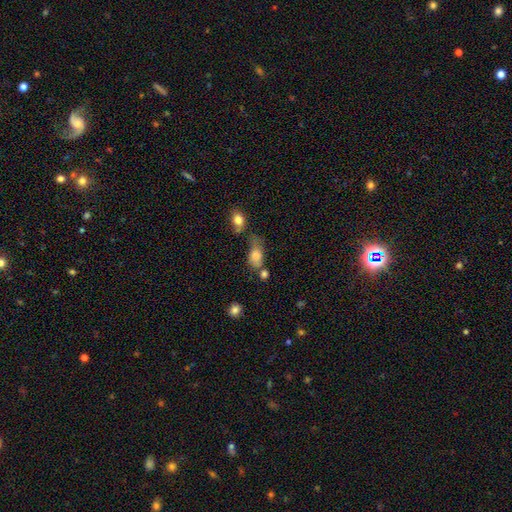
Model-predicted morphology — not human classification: This is likely a smooth galaxy (75%). How rounded: likely in between (80%). Merging: marginally none (39%).